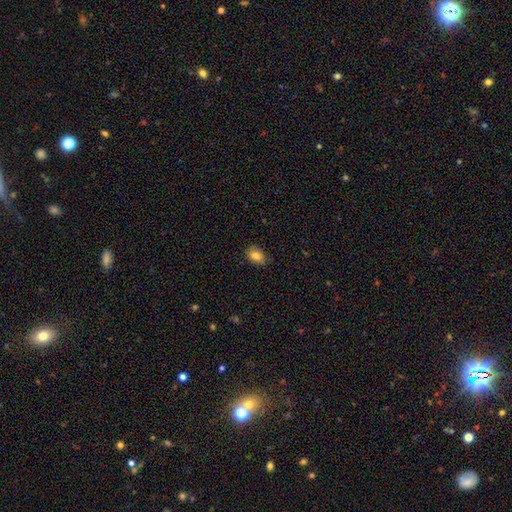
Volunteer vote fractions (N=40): Smooth or featured? 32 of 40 (80%) said smooth. How rounded? 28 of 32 (88%) said in between. Merging? 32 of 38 (84%) said none.